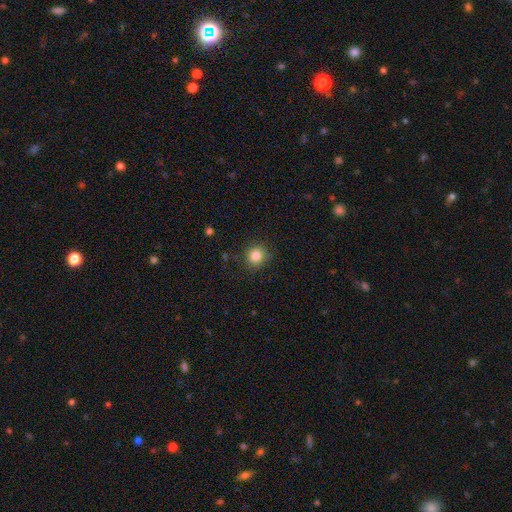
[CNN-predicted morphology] Smooth or featured?
  - smooth: 84% *
  - star or artifact: 11%
  - featured or disk: 5%
How rounded?
  - round: 89% *
  - in between: 10%
  - cigar-shaped: 1%
Merging?
  - none: 87% *
  - minor disturbance: 9%
  - major disturbance: 3%
  - merger: 1%